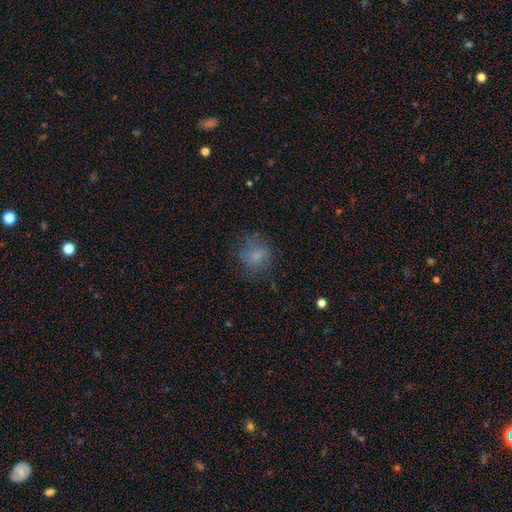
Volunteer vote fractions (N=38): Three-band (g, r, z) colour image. It shows a smooth galaxy with no disk features (79%) that is round (80%). Merging: none (70%).